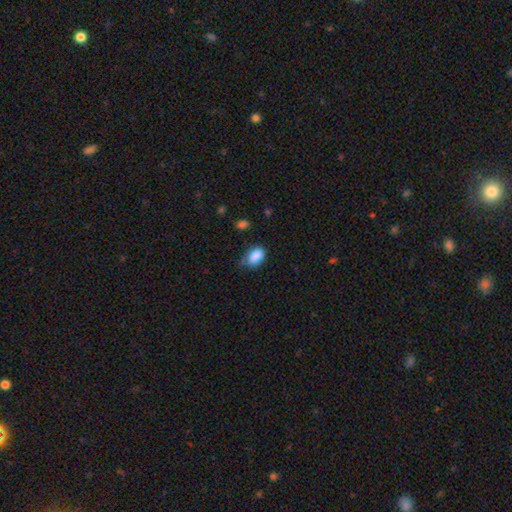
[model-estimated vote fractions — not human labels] Smooth or featured?
  - smooth: 86% *
  - star or artifact: 8%
  - featured or disk: 7%
How rounded?
  - in between: 89% *
  - round: 10%
  - cigar-shaped: 2%
Merging?
  - none: 53% *
  - minor disturbance: 35%
  - major disturbance: 9%
  - merger: 3%